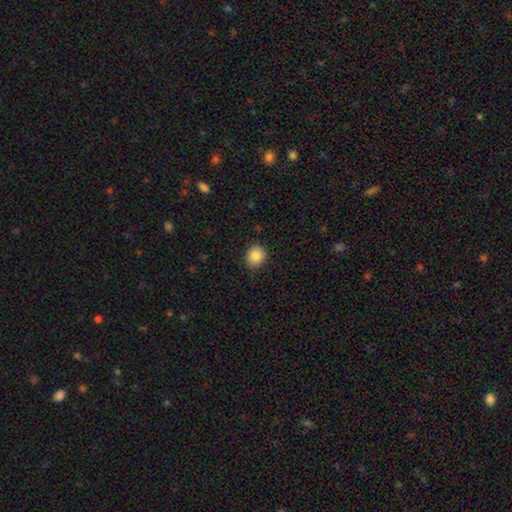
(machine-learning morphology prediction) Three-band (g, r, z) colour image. It shows a smooth galaxy with no disk features (86%) that is round (74%). Merging: none (85%).